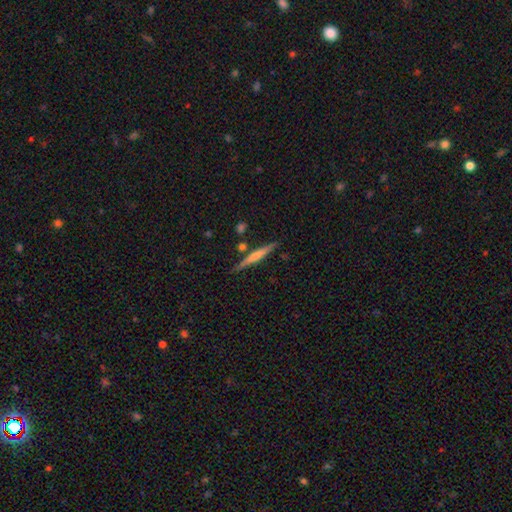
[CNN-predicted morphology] This appears to be a smooth galaxy with no disk features (47%). Merging: none (81%).